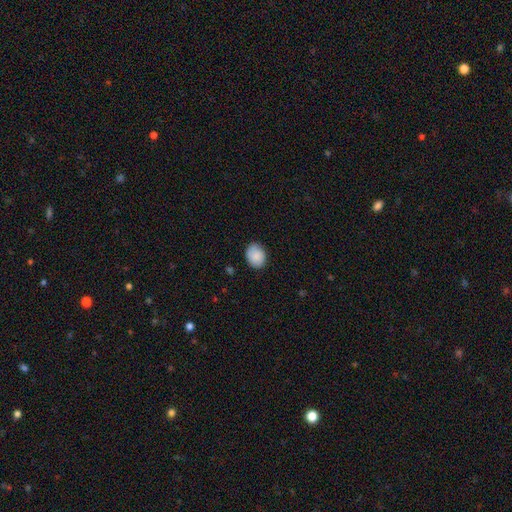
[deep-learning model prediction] Smooth or featured: smooth — 87% (star or artifact — 7%)
How rounded: in between — 57% (round — 43%)
Merging: none — 80% (minor disturbance — 16%)